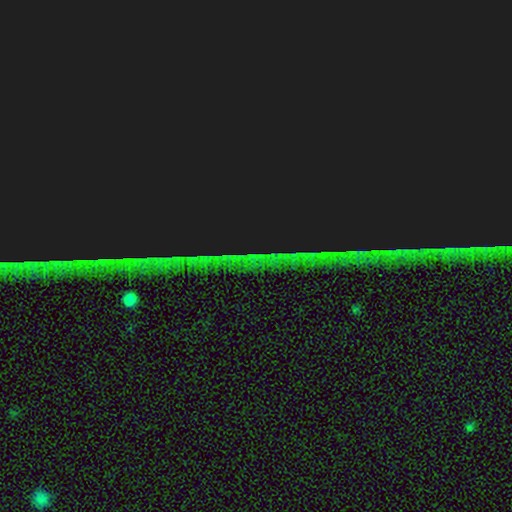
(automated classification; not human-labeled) star or artifact 85%, smooth 7%, featured or disk 7%.